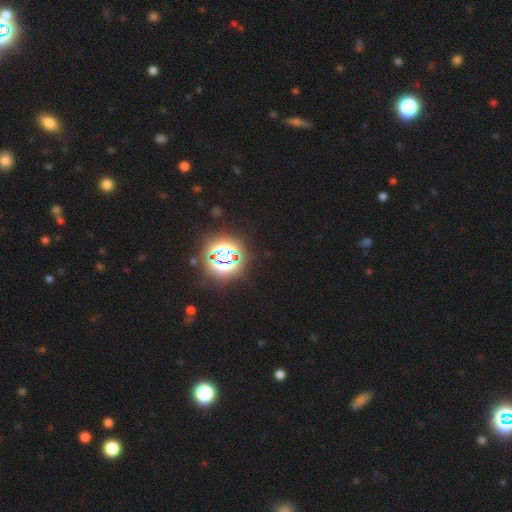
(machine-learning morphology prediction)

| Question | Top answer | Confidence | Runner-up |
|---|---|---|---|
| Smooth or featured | star or artifact | 83% | smooth (12%) |